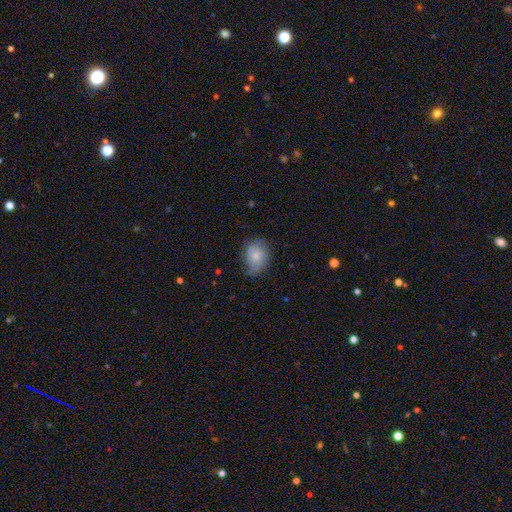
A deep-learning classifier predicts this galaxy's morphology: A smooth galaxy with no disk features (66%) that is in between round and cigar-shaped (62%).

Vote fractions:
- Smooth or featured? smooth: 66% / featured or disk: 27% / star or artifact: 8%
- How rounded? in between: 62% / round: 37% / cigar-shaped: 1%
- Merging? none: 55% / minor disturbance: 32% / major disturbance: 12% / merger: 2%